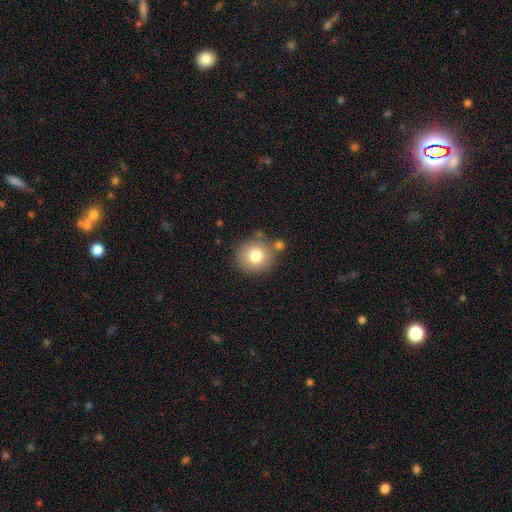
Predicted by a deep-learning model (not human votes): A smooth galaxy with no disk features (78%) that is round (90%). Merging: none (75%).